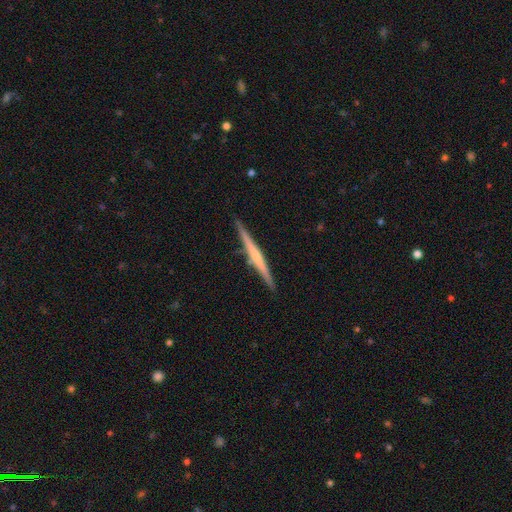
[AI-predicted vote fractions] Smooth or featured? featured or disk (63%)
Edge-on disk? yes (98%)
Edge-on bulge? none (59%)
Merging? none (90%)